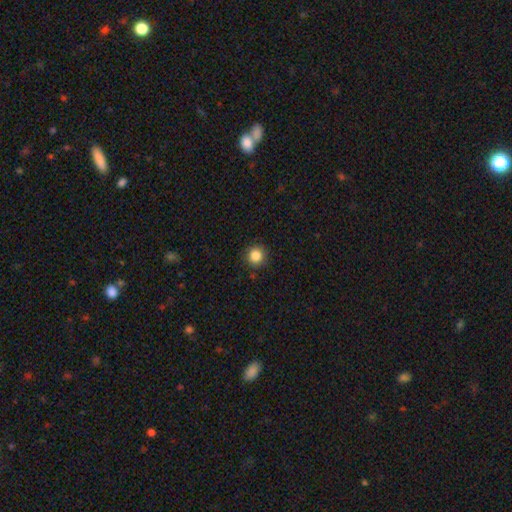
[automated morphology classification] type=smooth (85%); roundness=round (94%); merging=none (91%).